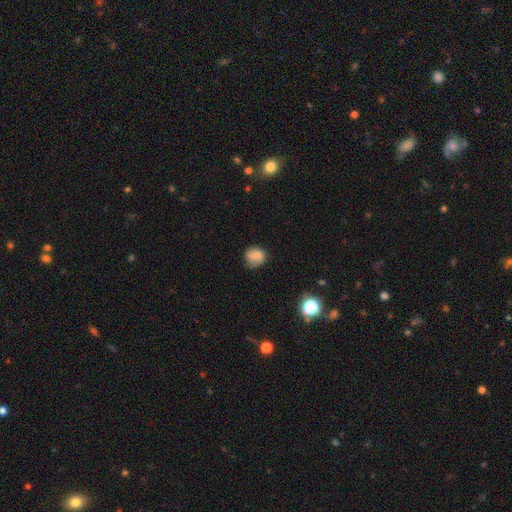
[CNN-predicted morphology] smooth 77%, featured or disk 14%, star or artifact 10%. Down the decision tree: how rounded — round (72%); merging — none (61%).